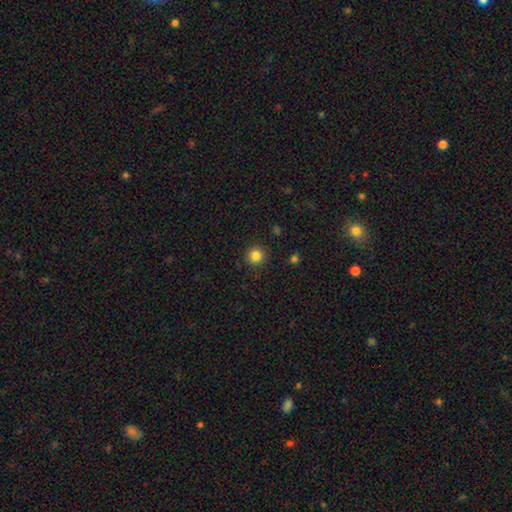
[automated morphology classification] Smooth or featured: smooth — 84% (star or artifact — 11%)
How rounded: round — 94% (in between — 5%)
Merging: none — 90% (minor disturbance — 6%)